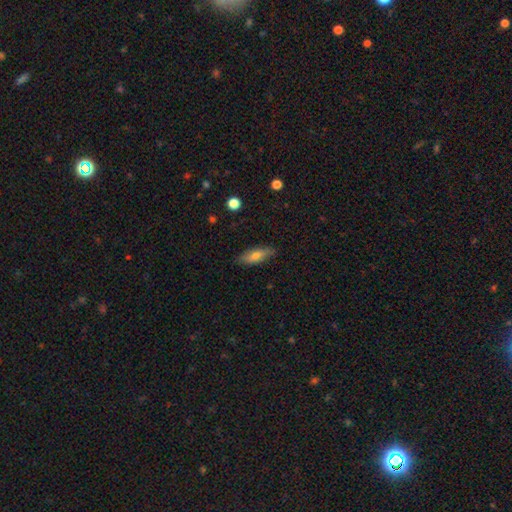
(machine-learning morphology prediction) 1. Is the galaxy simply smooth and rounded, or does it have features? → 68% smooth, 25% featured or disk, 7% star or artifact.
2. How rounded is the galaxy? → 57% in between, 40% cigar-shaped, 3% round.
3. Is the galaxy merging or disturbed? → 83% none, 13% minor disturbance, 2% major disturbance, 1% merger.